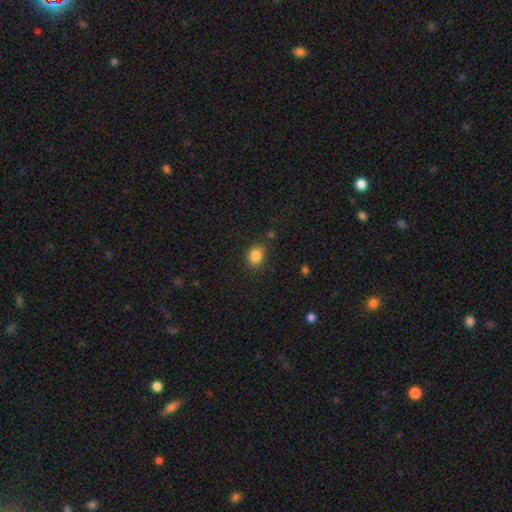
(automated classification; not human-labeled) smooth_or_featured: smooth (p=0.85) [alt: star or artifact p=0.10]
how_rounded: in between (p=0.58) [alt: round p=0.41]
merging: none (p=0.83) [alt: minor disturbance p=0.12]